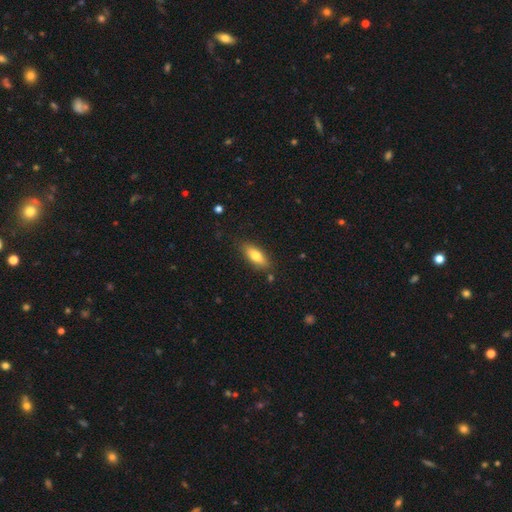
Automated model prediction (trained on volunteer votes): A smooth galaxy with no disk features (76%) that is in between round and cigar-shaped (72%).

Vote fractions:
- Smooth or featured? smooth: 76% / featured or disk: 17% / star or artifact: 7%
- How rounded? in between: 72% / cigar-shaped: 25% / round: 3%
- Merging? none: 83% / minor disturbance: 12% / major disturbance: 3% / merger: 2%